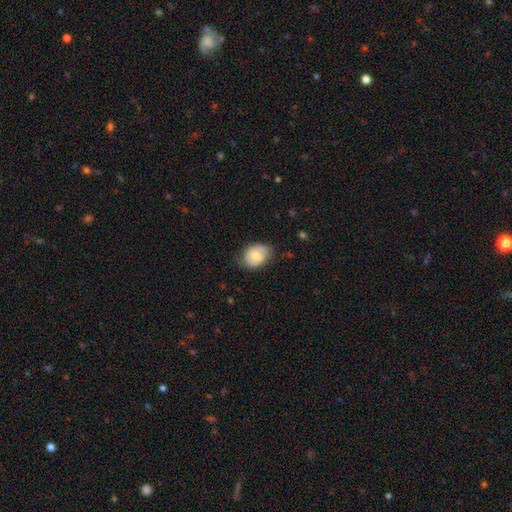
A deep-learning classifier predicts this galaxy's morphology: A smooth galaxy with no disk features (64%) that is in between round and cigar-shaped (66%).

Vote fractions:
- Smooth or featured? smooth: 64% / featured or disk: 29% / star or artifact: 7%
- How rounded? in between: 66% / round: 33% / cigar-shaped: 1%
- Merging? none: 72% / minor disturbance: 22% / major disturbance: 5% / merger: 1%